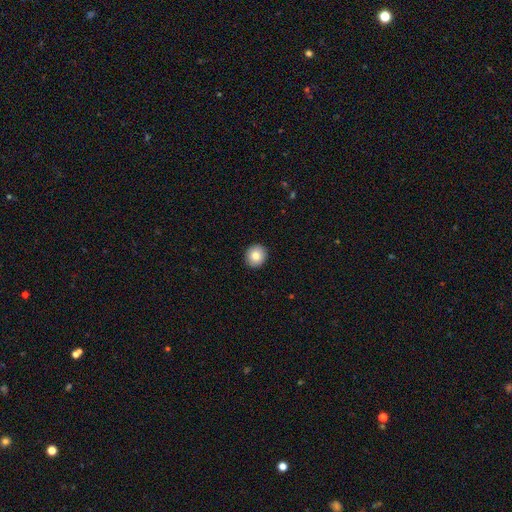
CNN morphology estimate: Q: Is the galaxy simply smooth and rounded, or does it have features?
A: smooth — 83%.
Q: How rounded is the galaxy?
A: round — 86%.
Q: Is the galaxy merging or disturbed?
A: none — 92%.